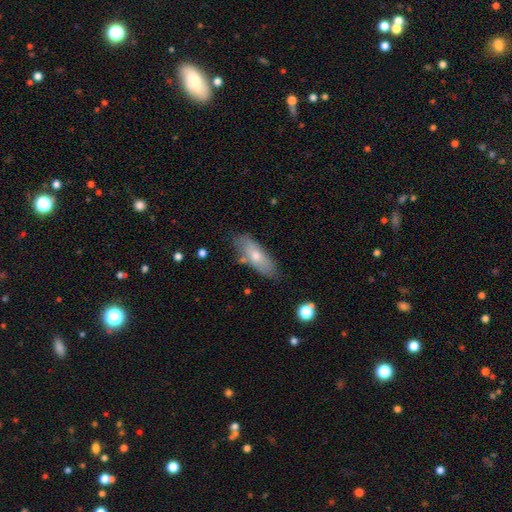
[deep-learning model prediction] Overall: smooth (65%; featured or disk 29%). How rounded: in between (66%; cigar-shaped 31%). Merging: none (74%).